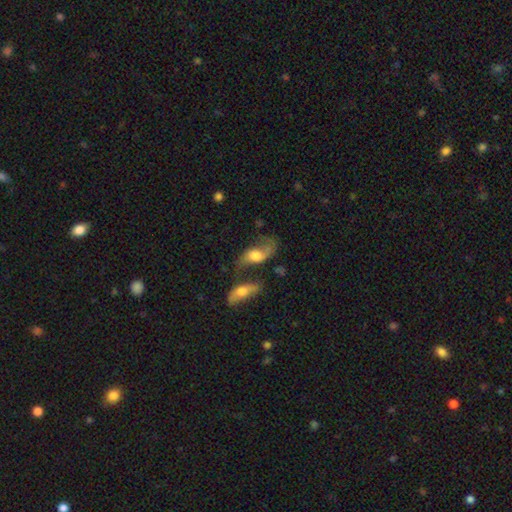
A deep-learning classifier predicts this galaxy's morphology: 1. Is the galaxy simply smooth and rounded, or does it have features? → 62% featured or disk, 31% smooth, 8% star or artifact.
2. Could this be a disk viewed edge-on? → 89% no, 11% yes.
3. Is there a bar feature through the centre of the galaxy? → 60% no, 32% weak, 8% strong.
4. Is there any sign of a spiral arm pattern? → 84% yes, 16% no.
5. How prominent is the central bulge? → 50% moderate, 32% large, 11% small, 4% none, 3% dominant.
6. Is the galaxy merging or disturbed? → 35% none, 29% merger, 18% major disturbance, 17% minor disturbance.